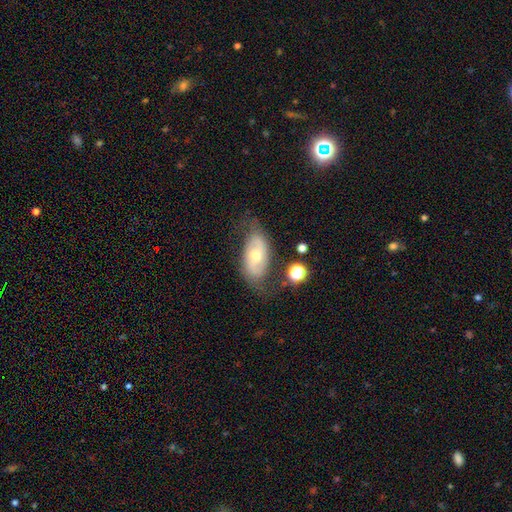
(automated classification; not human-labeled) Smooth or featured? featured or disk (60%)
Edge-on disk? no (92%)
Bar? no (61%)
Spiral arms? yes (69%)
Bulge size? moderate (62%)
Merging? none (64%)